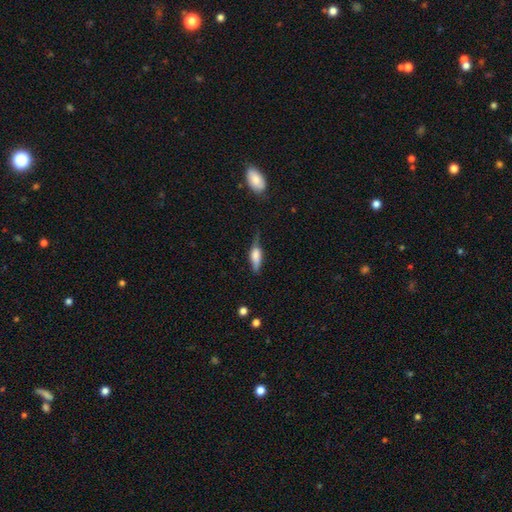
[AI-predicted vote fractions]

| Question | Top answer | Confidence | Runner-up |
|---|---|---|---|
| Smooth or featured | smooth | 53% | featured or disk (40%) |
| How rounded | in between | 53% | cigar-shaped (44%) |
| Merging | none | 52% | minor disturbance (32%) |